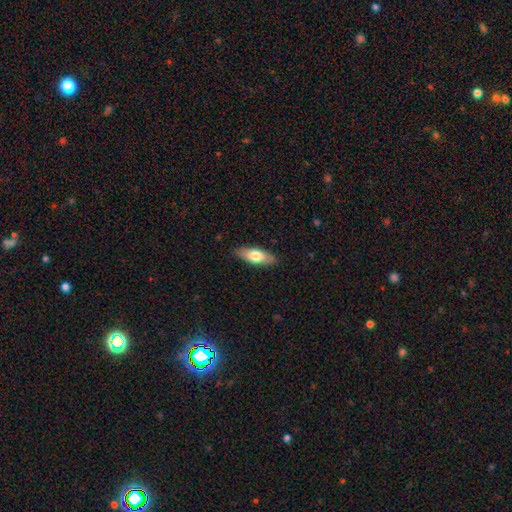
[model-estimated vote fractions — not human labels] Smooth or featured?
  - smooth: 69% *
  - featured or disk: 25%
  - star or artifact: 6%
How rounded?
  - in between: 67% *
  - cigar-shaped: 31%
  - round: 2%
Merging?
  - none: 87% *
  - minor disturbance: 10%
  - major disturbance: 2%
  - merger: 1%